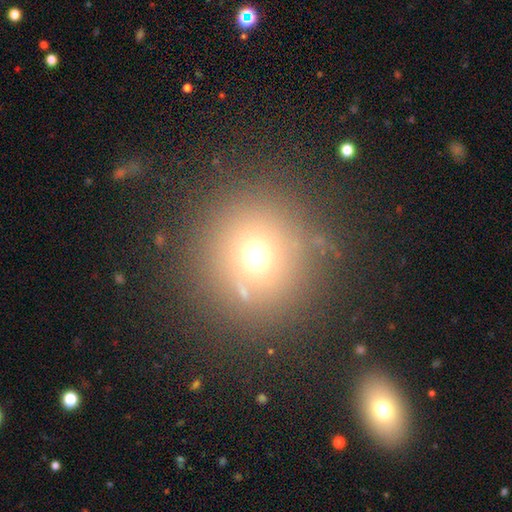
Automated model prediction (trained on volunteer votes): Smooth or featured?
  - smooth: 66% *
  - star or artifact: 23%
  - featured or disk: 11%
How rounded?
  - round: 94% *
  - in between: 5%
  - cigar-shaped: 1%
Merging?
  - none: 84% *
  - minor disturbance: 7%
  - merger: 4%
  - major disturbance: 4%